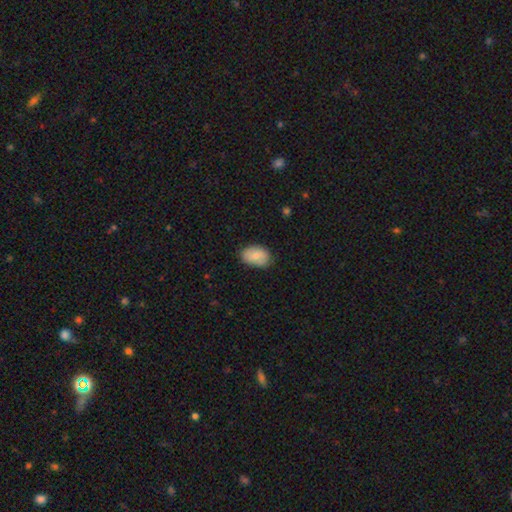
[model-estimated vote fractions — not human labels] Smooth or featured? smooth (84%)
How rounded? in between (89%)
Merging? none (80%)